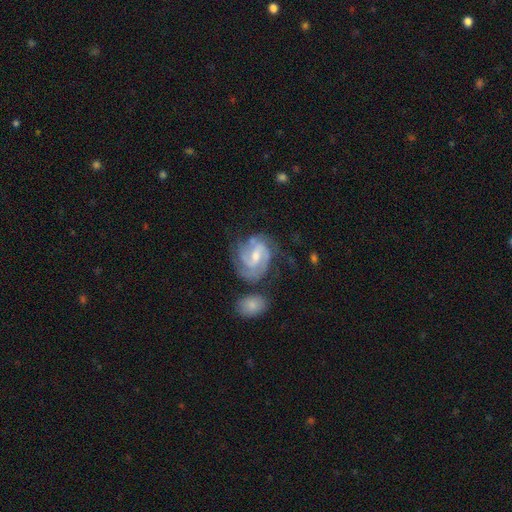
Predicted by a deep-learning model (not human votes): featured or disk 86%, smooth 8%, star or artifact 6%. Down the decision tree: edge-on disk — no (97%); bar — weak (52%); spiral arms — yes (96%); spiral arm count — 2 (39%); spiral winding — tight (51%); bulge size — moderate (48%); merging — none (62%).